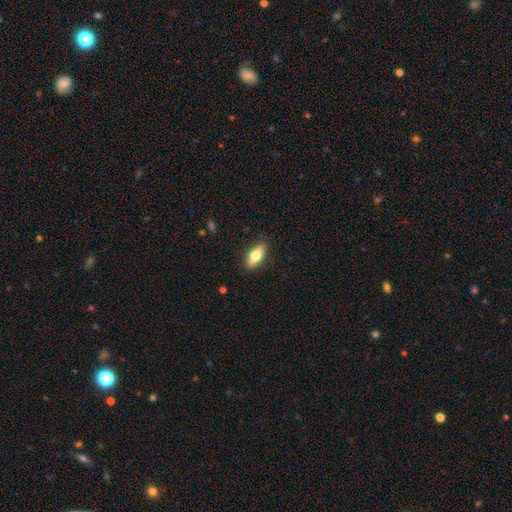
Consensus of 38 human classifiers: Smooth or featured? smooth (66%)
How rounded? in between (84%)
Merging? none (92%)